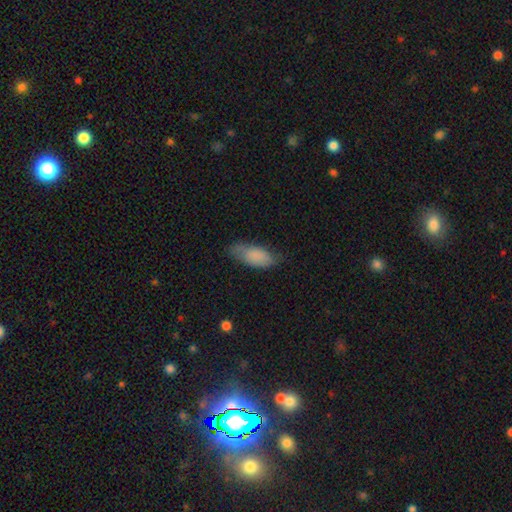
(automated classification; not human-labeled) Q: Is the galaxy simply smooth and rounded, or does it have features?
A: smooth — 81%.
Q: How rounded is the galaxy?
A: in between — 83%.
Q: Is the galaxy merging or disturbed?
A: none — 61%.